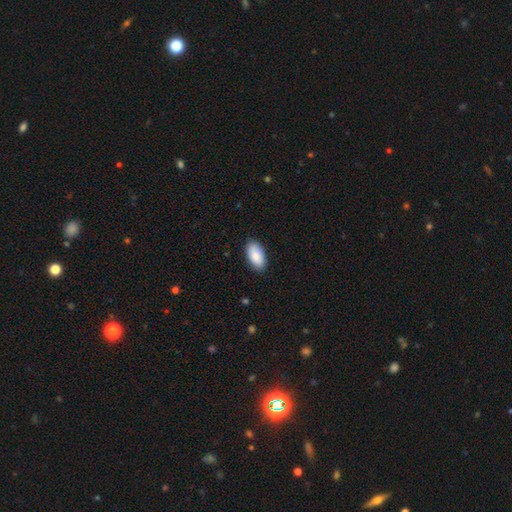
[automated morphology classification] smooth 89%, star or artifact 6%, featured or disk 5%. Down the decision tree: how rounded — in between (95%); merging — none (87%).